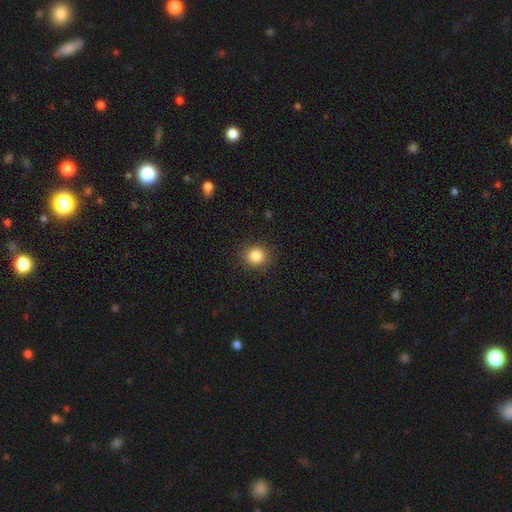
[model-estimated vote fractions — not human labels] Overall: smooth (84%). How rounded: round (87%). Merging: none (90%).